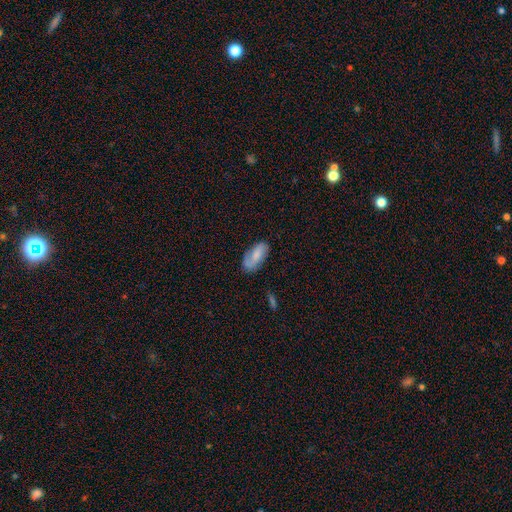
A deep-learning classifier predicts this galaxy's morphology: Overall: smooth (62%; featured or disk 31%). How rounded: in between (90%). Merging: none (66%).